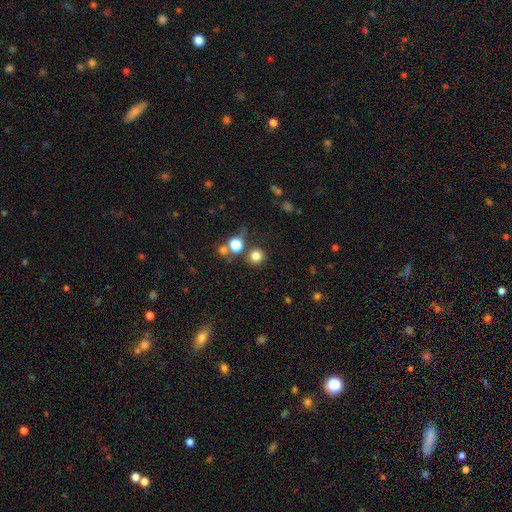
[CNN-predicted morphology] Q: Smooth or featured?
A: smooth (80%); runner-up: star or artifact (14%)
Q: How rounded?
A: round (91%); runner-up: in between (8%)
Q: Merging?
A: none (74%); runner-up: merger (12%)